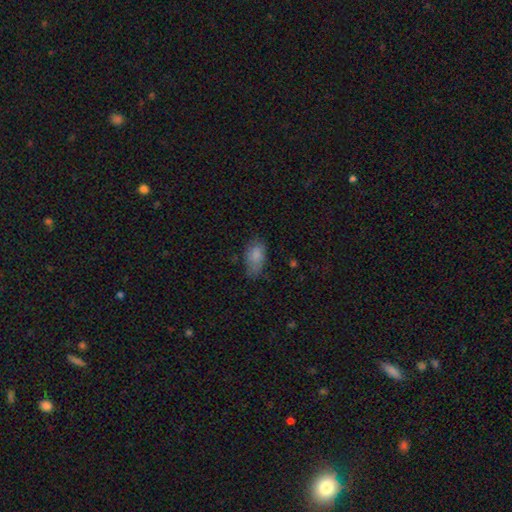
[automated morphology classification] A smooth galaxy with no disk features (83%) that is in between round and cigar-shaped (91%).

Vote fractions:
- Smooth or featured? smooth: 83% / featured or disk: 9% / star or artifact: 8%
- How rounded? in between: 91% / round: 5% / cigar-shaped: 3%
- Merging? none: 55% / minor disturbance: 32% / major disturbance: 10% / merger: 2%